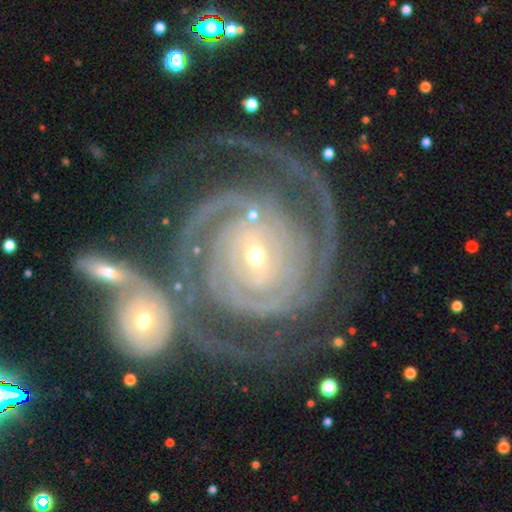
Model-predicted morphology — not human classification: A featured or disk galaxy (93%) with no bar (49%), 2 (44%) tight (79%) spiral arms (98%) and a small central bulge (72%).

Vote fractions:
- Smooth or featured? featured or disk: 93% / star or artifact: 4% / smooth: 3%
- Edge-on disk? no: 97% / yes: 3%
- Bar? no: 49% / weak: 30% / strong: 21%
- Spiral arms? yes: 98% / no: 2%
- Spiral winding? tight: 79% / medium: 18% / loose: 3%
- Spiral arm count? 2: 44% / 3: 23% / can't tell: 12% / 4: 9% / more than 4: 6% / 1: 6%
- Bulge size? small: 72% / moderate: 25% / large: 2% / none: 1% / dominant: 1%
- Merging? none: 46% / merger: 27% / major disturbance: 14% / minor disturbance: 14%